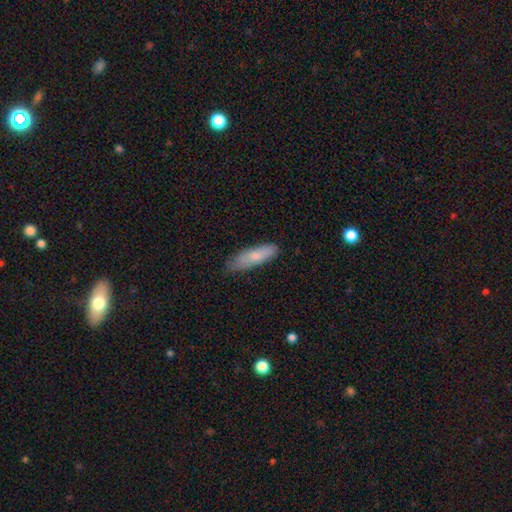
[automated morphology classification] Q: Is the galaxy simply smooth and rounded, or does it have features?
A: smooth — 78%.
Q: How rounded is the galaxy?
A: cigar-shaped — 59%.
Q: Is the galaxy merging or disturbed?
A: none — 72%.